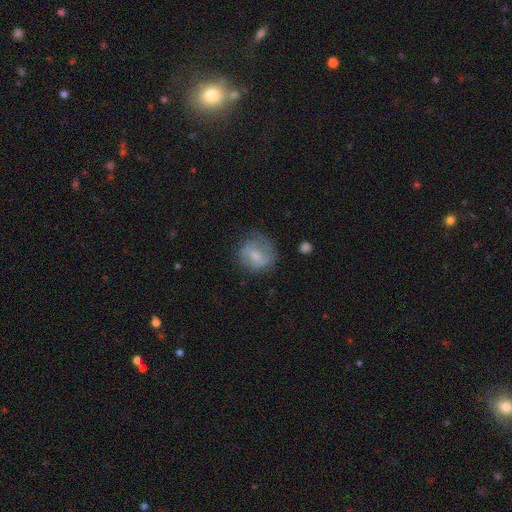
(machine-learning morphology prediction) Q: Smooth or featured?
A: smooth (58%); runner-up: featured or disk (34%)
Q: How rounded?
A: round (78%); runner-up: in between (21%)
Q: Merging?
A: none (61%); runner-up: minor disturbance (25%)